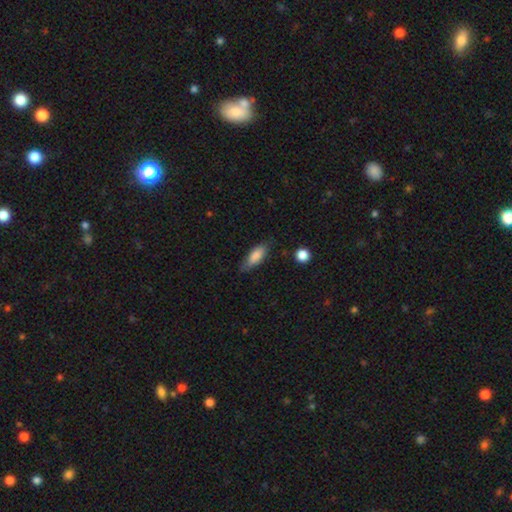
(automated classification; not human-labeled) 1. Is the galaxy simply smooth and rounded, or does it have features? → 82% smooth, 12% featured or disk, 6% star or artifact.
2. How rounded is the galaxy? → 71% in between, 27% cigar-shaped, 2% round.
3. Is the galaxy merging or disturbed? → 71% none, 22% minor disturbance, 5% major disturbance, 2% merger.